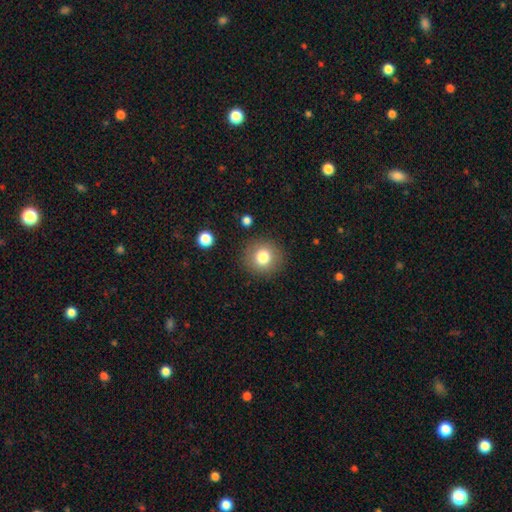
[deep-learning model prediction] Overall: smooth (72%). How rounded: round (92%). Merging: none (91%).